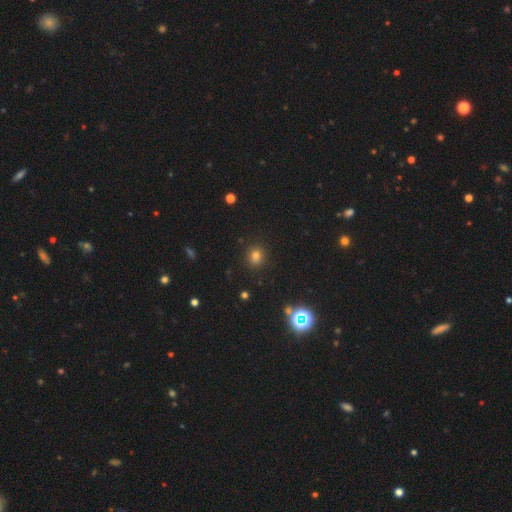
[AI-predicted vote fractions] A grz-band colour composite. It shows a smooth galaxy with no disk features (75%) that is round (75%). Merging: none (88%).